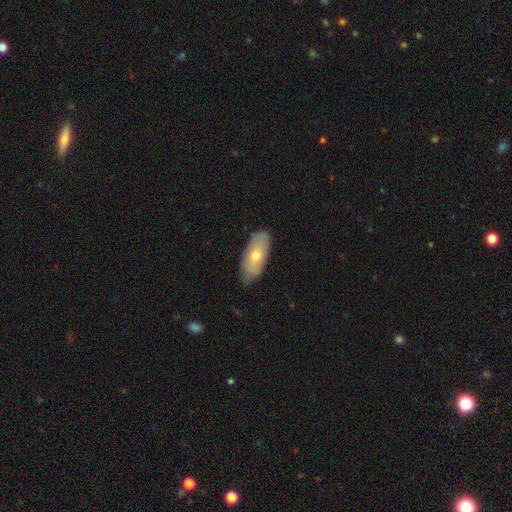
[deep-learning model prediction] Q: Smooth or featured?
A: smooth (62%); runner-up: featured or disk (32%)
Q: How rounded?
A: in between (86%); runner-up: cigar-shaped (11%)
Q: Merging?
A: none (77%); runner-up: minor disturbance (19%)